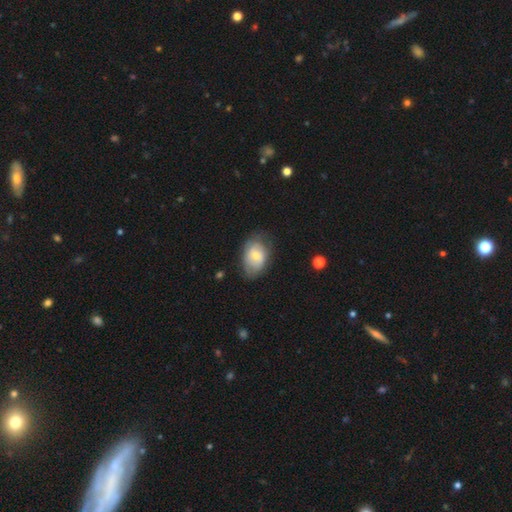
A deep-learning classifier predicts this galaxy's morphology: Smooth or featured?
  - smooth: 58% *
  - featured or disk: 35%
  - star or artifact: 7%
How rounded?
  - in between: 82% *
  - round: 17%
  - cigar-shaped: 1%
Merging?
  - none: 65% *
  - minor disturbance: 25%
  - major disturbance: 9%
  - merger: 1%